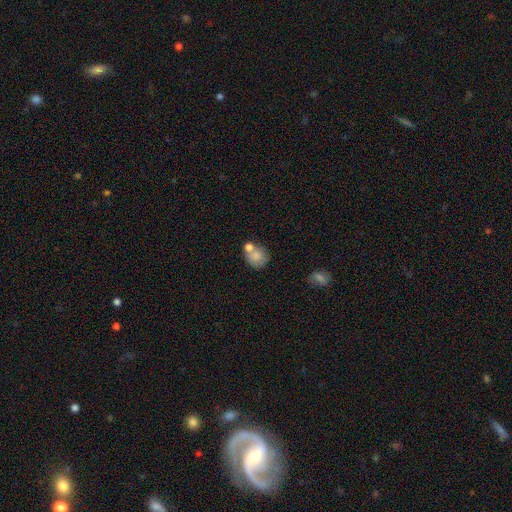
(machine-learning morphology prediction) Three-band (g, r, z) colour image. It shows a smooth galaxy with no disk features (79%) that is round (77%). Merging: none (49%).